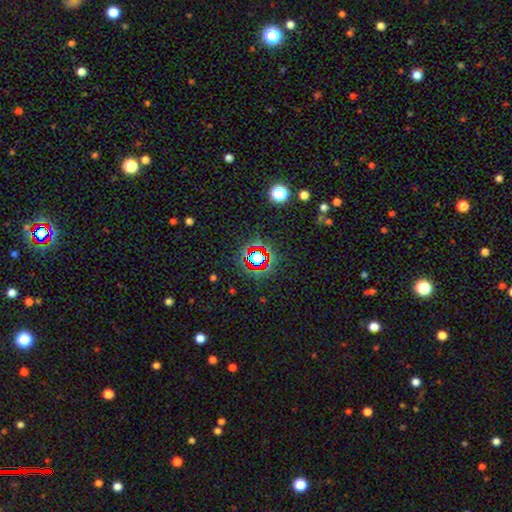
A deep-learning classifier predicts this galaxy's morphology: Smooth or featured? star or artifact (69%)